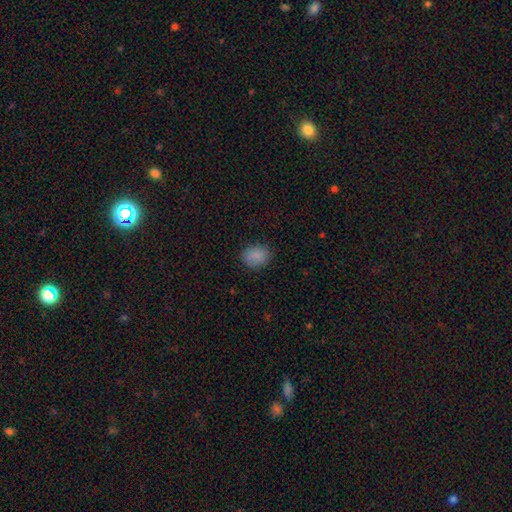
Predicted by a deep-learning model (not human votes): Q: Smooth or featured?
A: smooth (87%); runner-up: star or artifact (9%)
Q: How rounded?
A: round (51%); runner-up: in between (48%)
Q: Merging?
A: none (84%); runner-up: minor disturbance (12%)